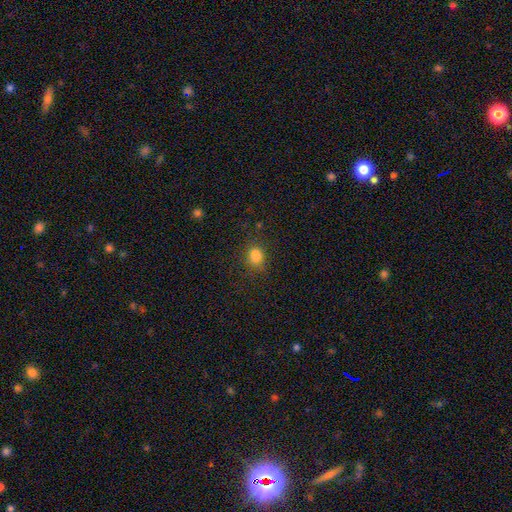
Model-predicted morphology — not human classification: Smooth or featured? smooth (81%)
How rounded? round (50%)
Merging? none (73%)